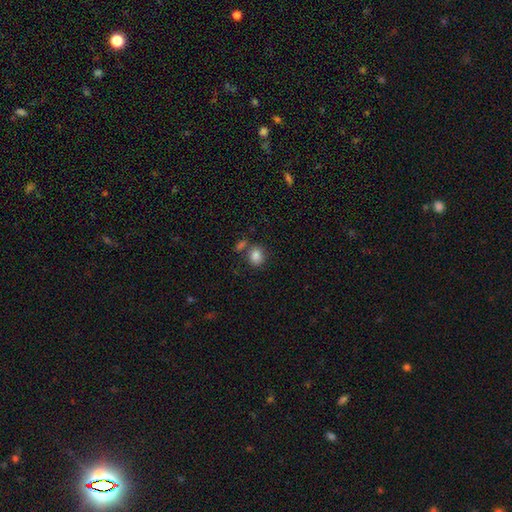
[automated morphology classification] Q: Smooth or featured?
A: smooth (85%); runner-up: star or artifact (10%)
Q: How rounded?
A: round (69%); runner-up: in between (30%)
Q: Merging?
A: none (68%); runner-up: merger (17%)